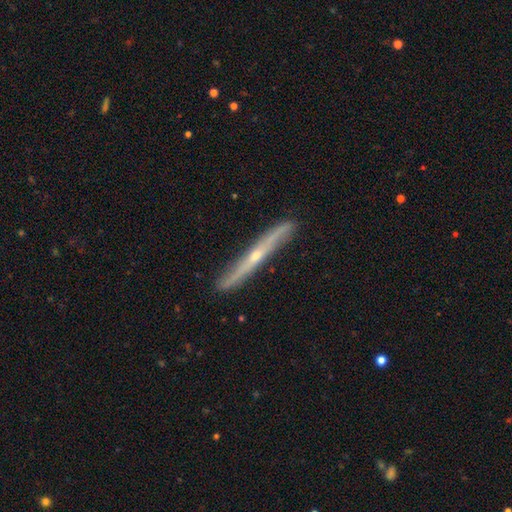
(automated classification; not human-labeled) Smooth or featured: featured or disk — 77% (smooth — 17%)
Edge-on disk: yes — 90% (no — 10%)
Edge-on bulge: rounded — 75% (none — 22%)
Merging: none — 87% (minor disturbance — 10%)